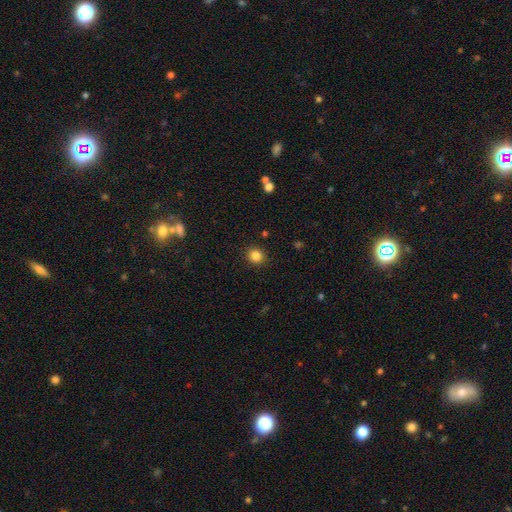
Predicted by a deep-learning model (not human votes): A smooth galaxy with no disk features (85%) that is round (82%).

Vote fractions:
- Smooth or featured? smooth: 85% / star or artifact: 11% / featured or disk: 4%
- How rounded? round: 82% / in between: 17% / cigar-shaped: 1%
- Merging? none: 91% / minor disturbance: 6% / major disturbance: 2% / merger: 1%